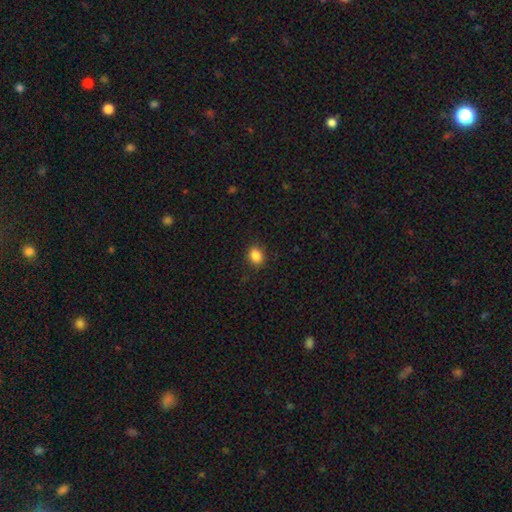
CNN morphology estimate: Overall: smooth (87%). How rounded: round (56%; in between 43%). Merging: none (87%).